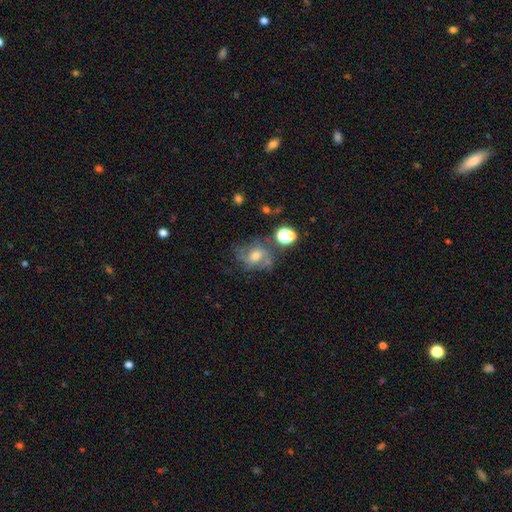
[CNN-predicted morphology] A featured or disk galaxy (62%) with no bar (54%), 2 (44%) medium (49%) spiral arms (86%) and a moderate central bulge (61%). Merging: none (57%).